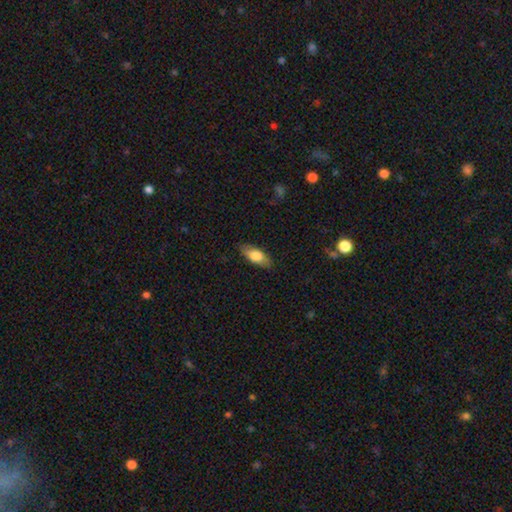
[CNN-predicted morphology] Smooth or featured: smooth — 75% (featured or disk — 19%)
How rounded: in between — 78% (cigar-shaped — 19%)
Merging: none — 84% (minor disturbance — 13%)